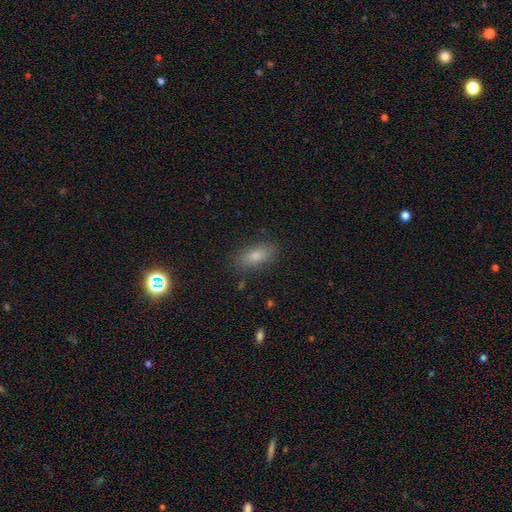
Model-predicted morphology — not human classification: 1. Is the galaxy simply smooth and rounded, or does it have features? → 75% smooth, 14% star or artifact, 11% featured or disk.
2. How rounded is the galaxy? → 79% in between, 14% cigar-shaped, 6% round.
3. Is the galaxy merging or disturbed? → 85% none, 10% minor disturbance, 3% major disturbance, 2% merger.